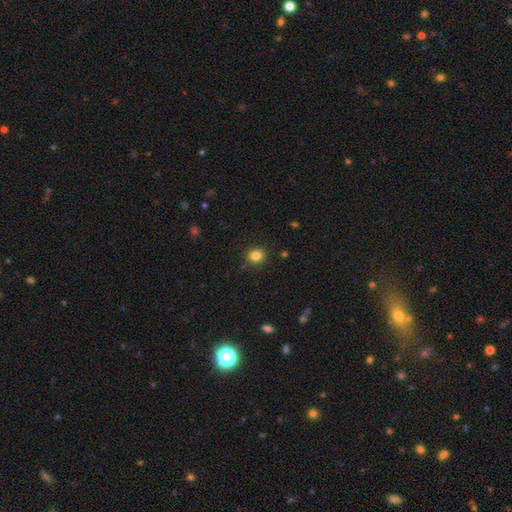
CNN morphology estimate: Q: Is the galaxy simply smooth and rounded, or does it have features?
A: smooth — 83%.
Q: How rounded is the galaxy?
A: round — 78%.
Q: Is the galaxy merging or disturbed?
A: none — 89%.